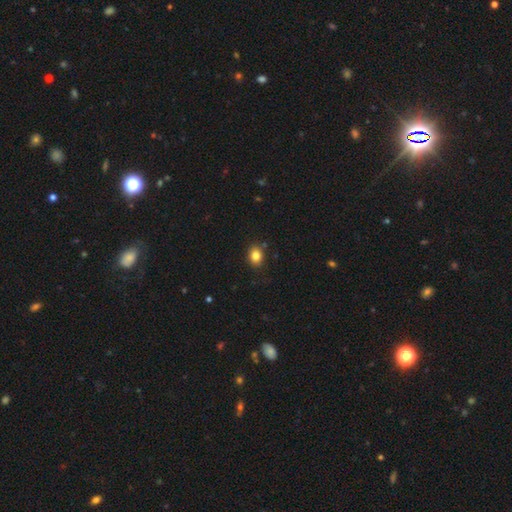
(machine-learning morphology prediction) This appears to be a smooth galaxy with no disk features (83%) that is in between round and cigar-shaped (54%). Merging: none (84%).